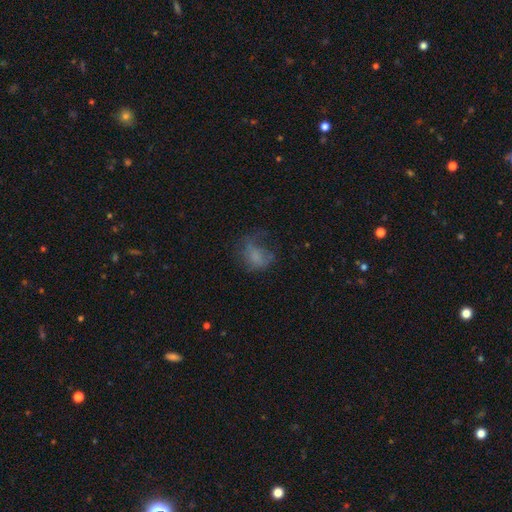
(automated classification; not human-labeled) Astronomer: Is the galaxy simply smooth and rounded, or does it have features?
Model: smooth — 54% (runner-up: featured or disk, 30%).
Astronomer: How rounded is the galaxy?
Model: in between — 59% (runner-up: round, 39%).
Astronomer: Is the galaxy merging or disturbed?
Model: major disturbance — 45% (runner-up: none, 31%).